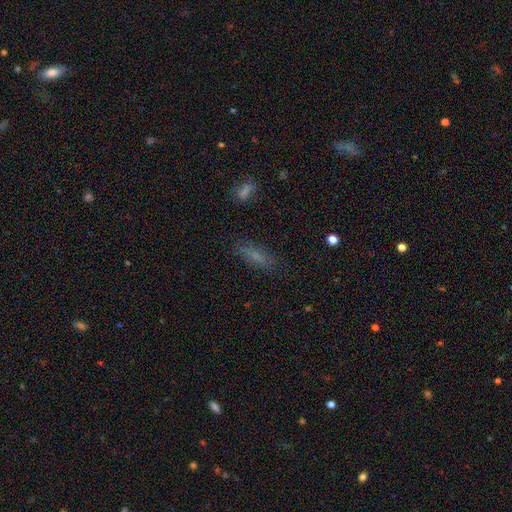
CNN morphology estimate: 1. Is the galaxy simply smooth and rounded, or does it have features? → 65% smooth, 20% featured or disk, 16% star or artifact.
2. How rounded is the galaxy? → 49% in between, 48% cigar-shaped, 4% round.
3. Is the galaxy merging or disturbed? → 81% none, 13% minor disturbance, 4% major disturbance, 2% merger.